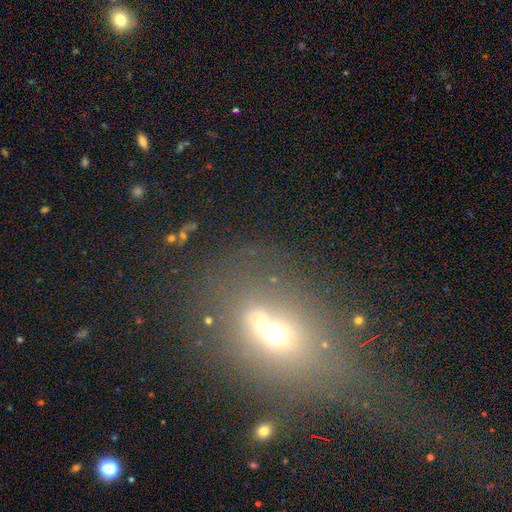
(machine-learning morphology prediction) This appears to be a smooth galaxy with no disk features (44%). Merging: merger (42%).